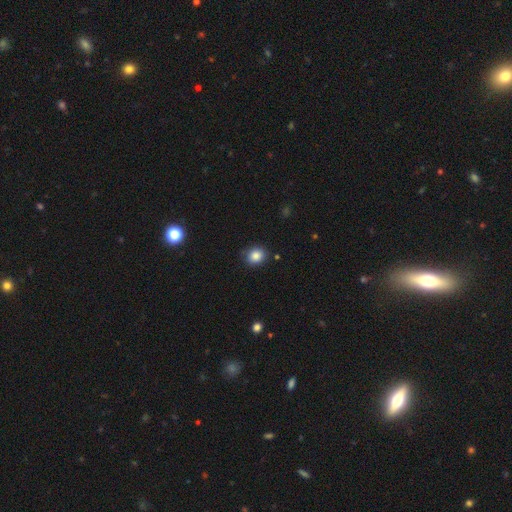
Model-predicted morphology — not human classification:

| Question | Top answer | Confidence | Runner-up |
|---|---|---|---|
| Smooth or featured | smooth | 85% | star or artifact (10%) |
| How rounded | round | 66% | in between (33%) |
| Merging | none | 84% | minor disturbance (11%) |